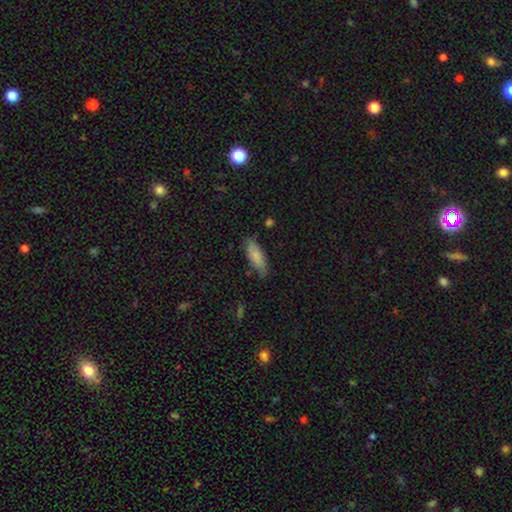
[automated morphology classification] Overall: smooth (82%). How rounded: in between (64%; cigar-shaped 34%). Merging: none (73%).